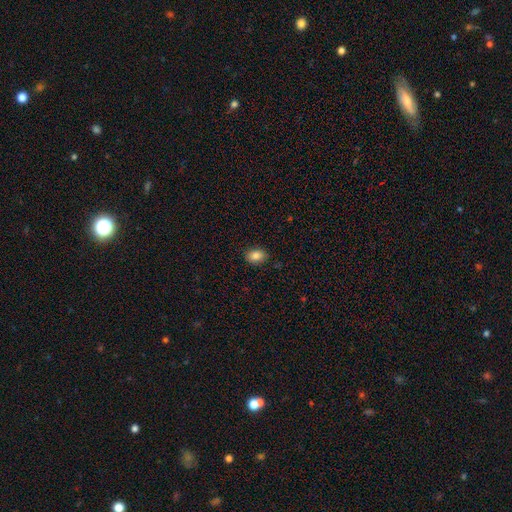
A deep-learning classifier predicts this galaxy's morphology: Smooth or featured? smooth (85%)
How rounded? in between (76%)
Merging? none (88%)